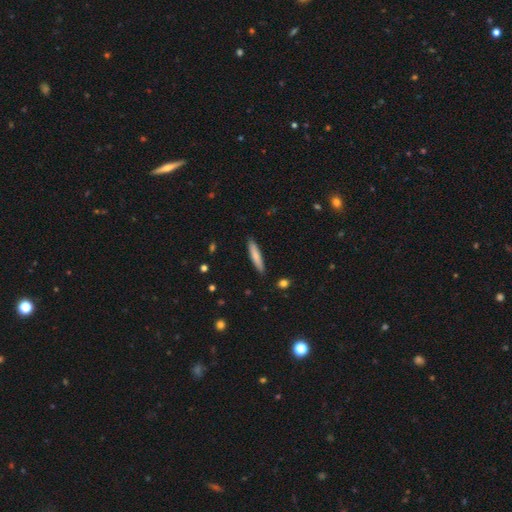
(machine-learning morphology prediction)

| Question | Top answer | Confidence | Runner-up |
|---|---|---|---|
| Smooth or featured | smooth | 77% | featured or disk (17%) |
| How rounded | cigar-shaped | 88% | in between (10%) |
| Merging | none | 89% | minor disturbance (8%) |